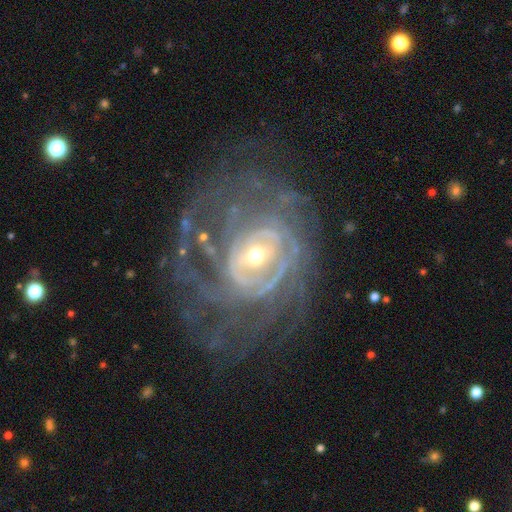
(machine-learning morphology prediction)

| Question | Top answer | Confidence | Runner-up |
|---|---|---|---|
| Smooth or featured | featured or disk | 88% | star or artifact (7%) |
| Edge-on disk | no | 97% | yes (3%) |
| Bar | no | 42% | weak (38%) |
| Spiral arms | yes | 91% | no (9%) |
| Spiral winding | tight | 68% | medium (25%) |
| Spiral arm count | can't tell | 42% | 2 (16%) |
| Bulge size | small | 53% | moderate (42%) |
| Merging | none | 61% | major disturbance (19%) |